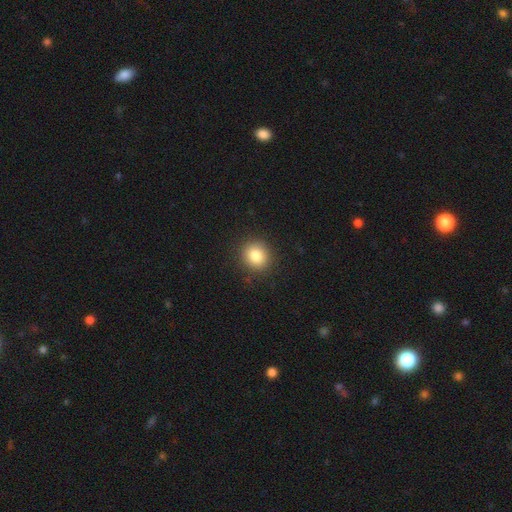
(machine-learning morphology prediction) smooth_or_featured: smooth (p=0.83) [alt: star or artifact p=0.10]
how_rounded: round (p=0.85) [alt: in between p=0.14]
merging: none (p=0.90) [alt: minor disturbance p=0.07]